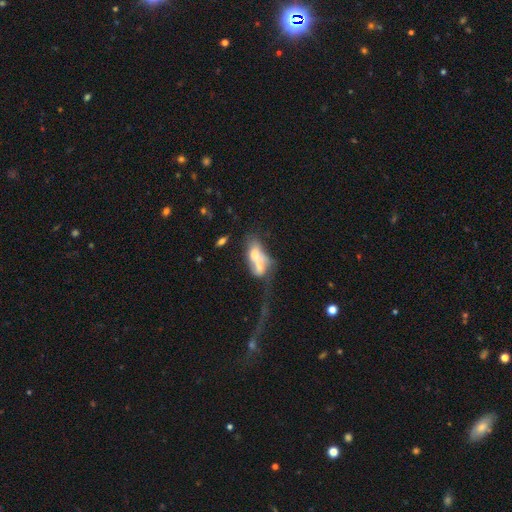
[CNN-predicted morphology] This is possibly a smooth galaxy (49%). Merging: likely merger (63%).